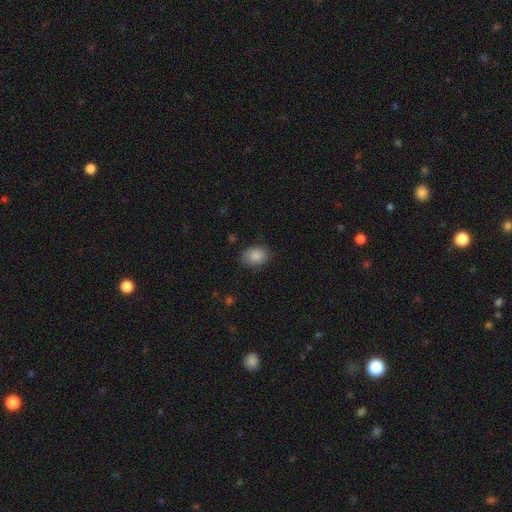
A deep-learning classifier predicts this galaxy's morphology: Overall: smooth (88%). How rounded: in between (64%; round 35%). Merging: none (80%).